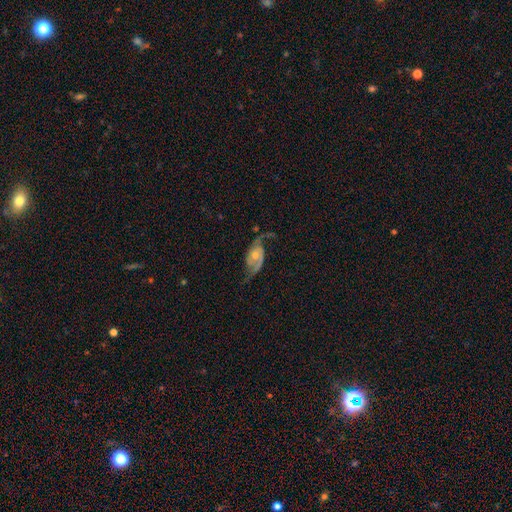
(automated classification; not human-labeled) featured or disk 85%, smooth 9%, star or artifact 6%. Down the decision tree: edge-on disk — no (96%); bar — no (69%); spiral arms — yes (95%); spiral arm count — 2 (91%); spiral winding — loose (47%); bulge size — moderate (52%); merging — none (64%).